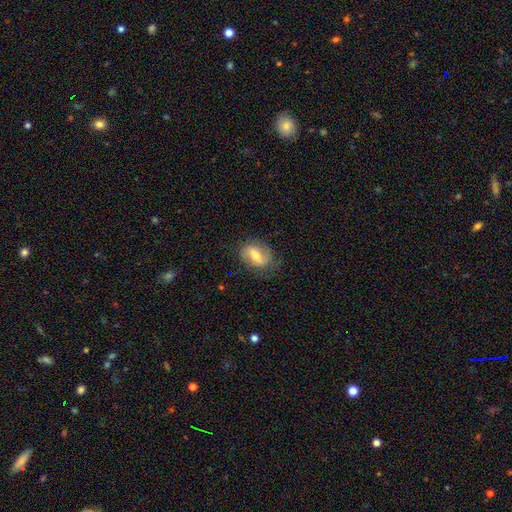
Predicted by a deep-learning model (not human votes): Smooth or featured? smooth (51%)
How rounded? in between (78%)
Merging? none (72%)